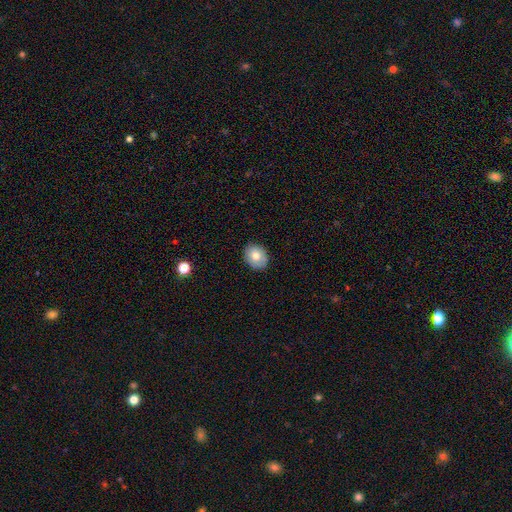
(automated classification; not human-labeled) This appears to be a smooth galaxy with no disk features (76%) that is in between round and cigar-shaped (52%). Merging: none (88%).